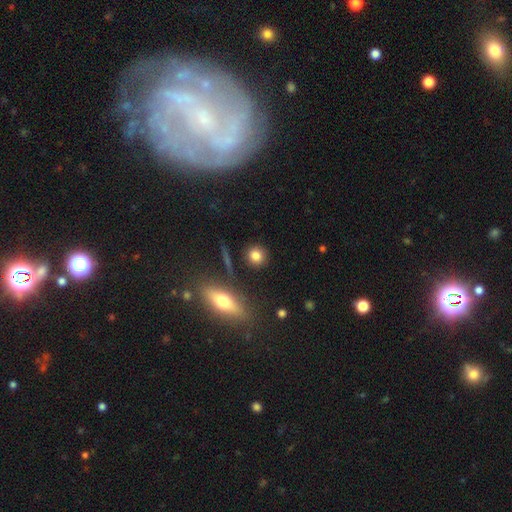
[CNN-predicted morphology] Smooth or featured?
  - smooth: 82% *
  - star or artifact: 10%
  - featured or disk: 8%
How rounded?
  - round: 86% *
  - in between: 11%
  - cigar-shaped: 3%
Merging?
  - none: 87% *
  - minor disturbance: 7%
  - merger: 3%
  - major disturbance: 3%